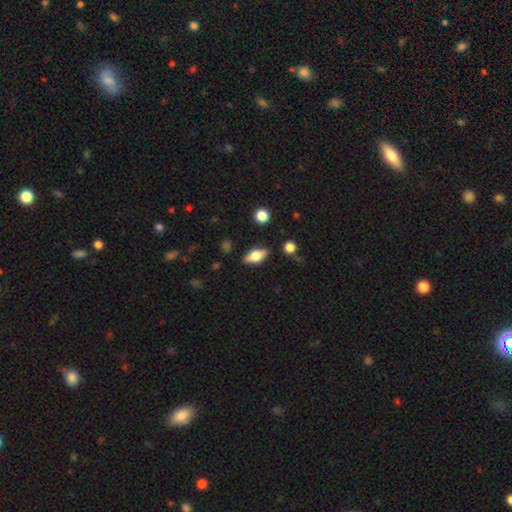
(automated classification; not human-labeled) smooth 57%, featured or disk 36%, star or artifact 8%. Down the decision tree: how rounded — in between (76%); merging — none (84%).